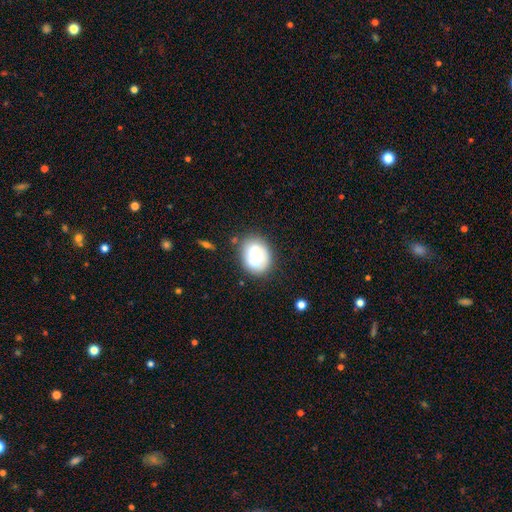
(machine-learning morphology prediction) Q: Smooth or featured?
A: smooth (70%); runner-up: featured or disk (22%)
Q: How rounded?
A: in between (55%); runner-up: round (44%)
Q: Merging?
A: none (68%); runner-up: minor disturbance (20%)